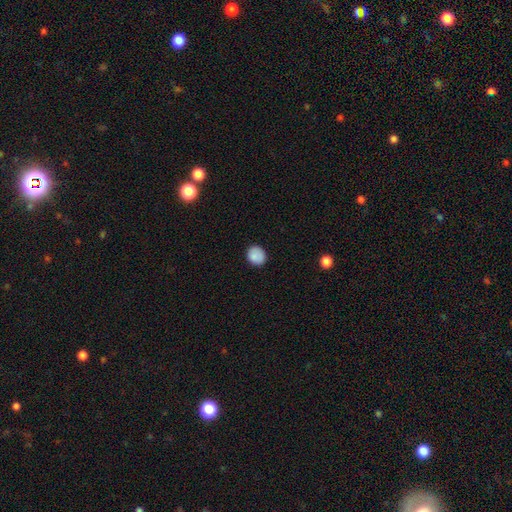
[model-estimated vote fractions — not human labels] Smooth or featured? smooth (86%)
How rounded? round (73%)
Merging? none (84%)